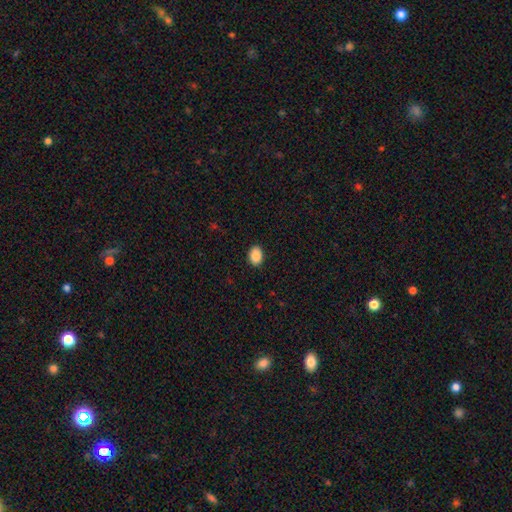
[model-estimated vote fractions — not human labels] Morphology: type=smooth (89%); roundness=in between (79%); merging=none (90%).